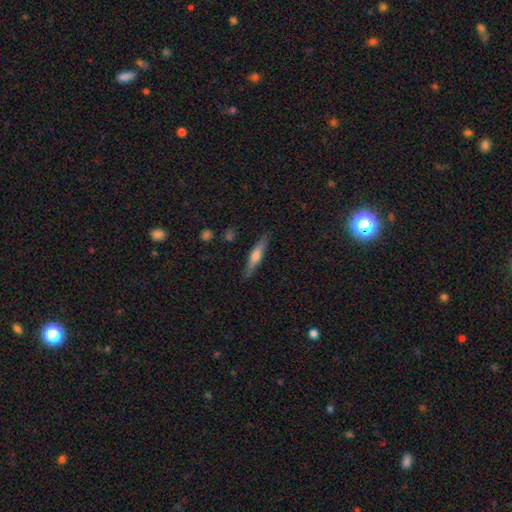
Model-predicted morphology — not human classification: A smooth galaxy with no disk features (51%) that is cigar-shaped (85%).

Vote fractions:
- Smooth or featured? smooth: 51% / featured or disk: 43% / star or artifact: 6%
- How rounded? cigar-shaped: 85% / in between: 13% / round: 2%
- Merging? none: 87% / minor disturbance: 10% / major disturbance: 2% / merger: 2%